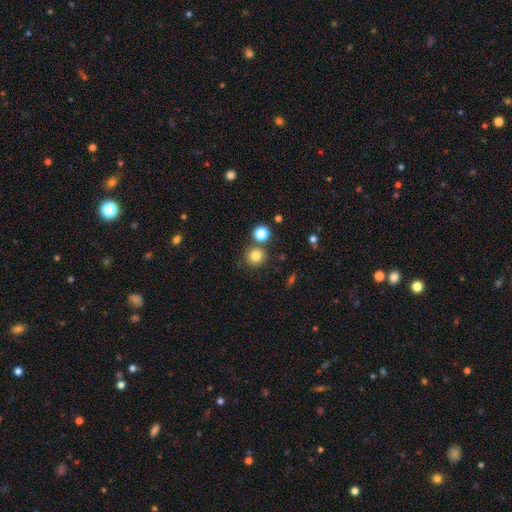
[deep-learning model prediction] A smooth galaxy with no disk features (81%) that is round (90%). Merging: none (78%).